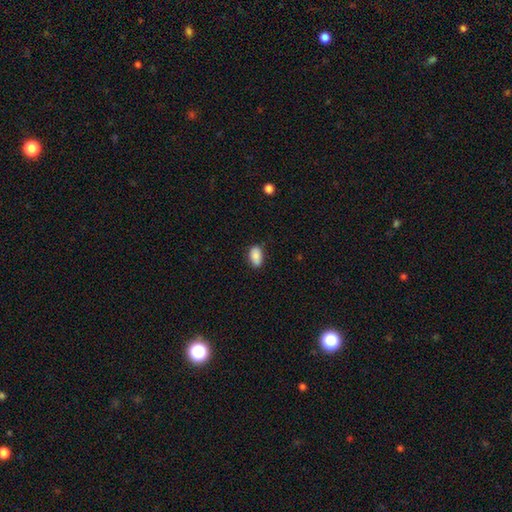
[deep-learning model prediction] This appears to be a smooth galaxy with no disk features (87%) that is in between round and cigar-shaped (91%). Merging: none (78%).